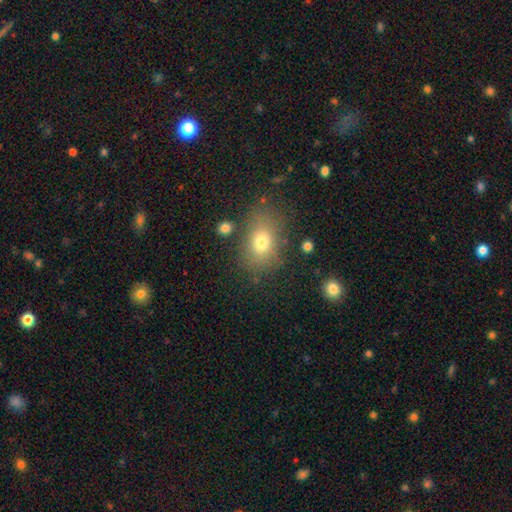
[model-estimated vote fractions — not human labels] Smooth or featured: smooth — 68% (star or artifact — 20%)
How rounded: in between — 69% (round — 29%)
Merging: none — 80% (minor disturbance — 12%)